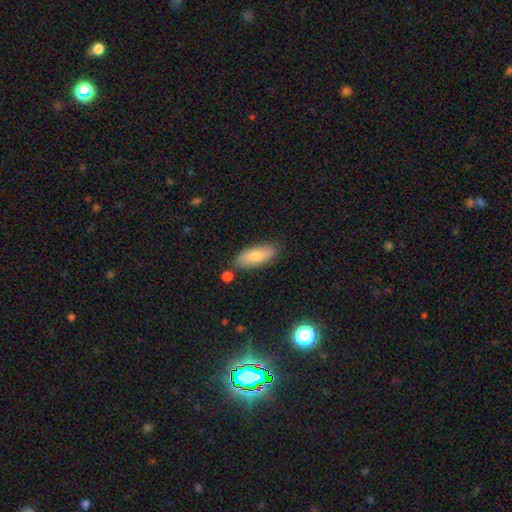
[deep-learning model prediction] Overall: smooth (76%). How rounded: in between (74%). Merging: none (82%).